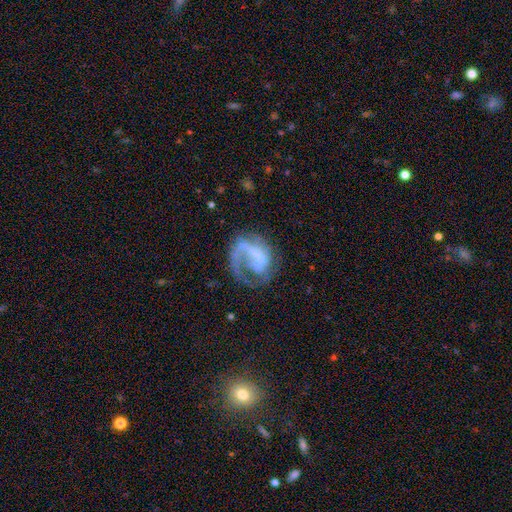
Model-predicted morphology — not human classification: Smooth or featured? Predicted: featured or disk (p=0.72). Edge-on disk? Predicted: no (p=0.98). Bar? Predicted: no (p=0.51). Spiral arms? Predicted: yes (p=0.77). Spiral winding? Predicted: loose (p=0.37). Spiral arm count? Predicted: 1 (p=0.81). Bulge size? Predicted: none (p=0.60). Merging? Predicted: major disturbance (p=0.40).